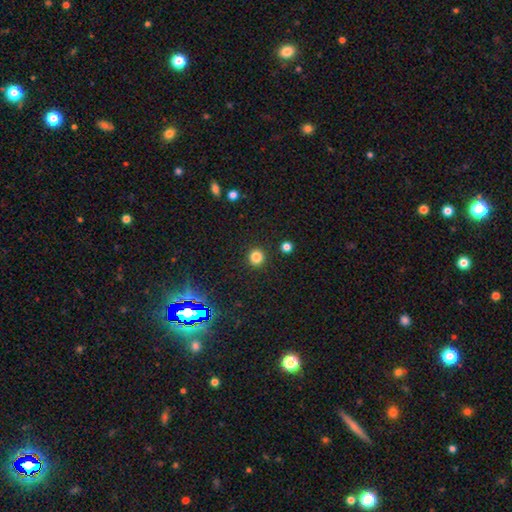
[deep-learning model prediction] The model was most divided on "smooth or featured": smooth: 81%, star or artifact: 15%, featured or disk: 4%. More confident: how rounded — round (93%); merging — none (92%).